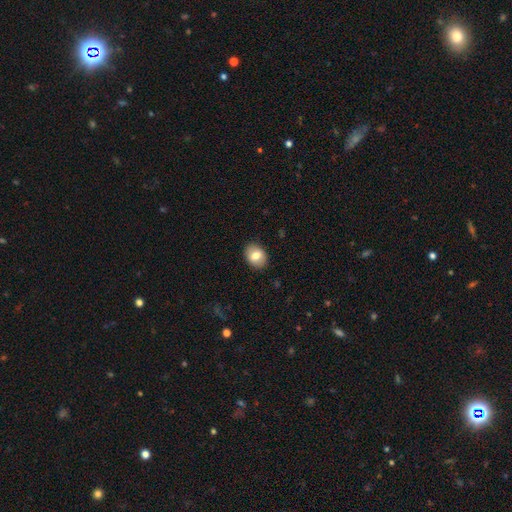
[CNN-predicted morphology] Smooth or featured: smooth — 77% (featured or disk — 15%)
How rounded: in between — 66% (round — 33%)
Merging: none — 89% (minor disturbance — 8%)